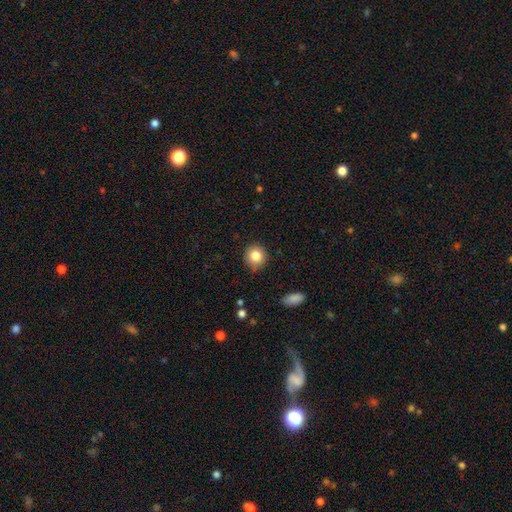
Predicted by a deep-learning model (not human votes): Overall: smooth (83%). How rounded: round (90%). Merging: none (86%).